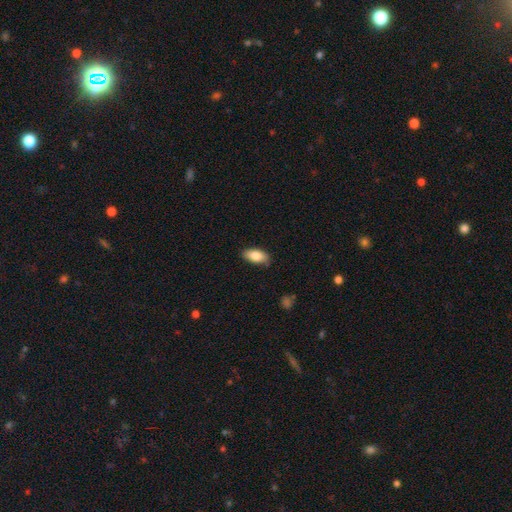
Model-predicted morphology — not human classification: smooth_or_featured: smooth (p=0.84) [alt: featured or disk p=0.09]
how_rounded: in between (p=0.91) [alt: cigar-shaped p=0.05]
merging: none (p=0.82) [alt: minor disturbance p=0.15]